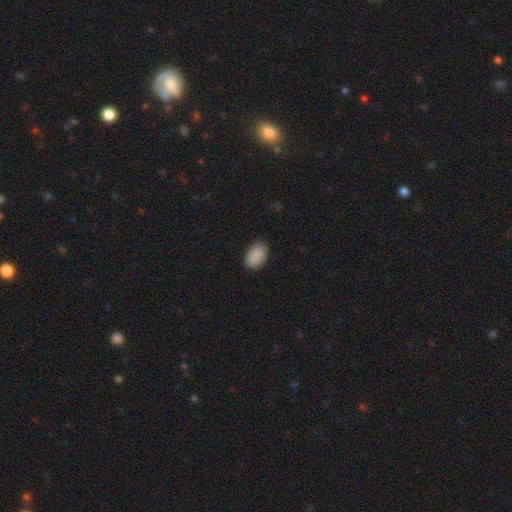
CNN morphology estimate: Smooth or featured?
  - smooth: 90% *
  - star or artifact: 8%
  - featured or disk: 3%
How rounded?
  - in between: 88% *
  - round: 11%
  - cigar-shaped: 1%
Merging?
  - none: 84% *
  - minor disturbance: 12%
  - major disturbance: 3%
  - merger: 1%